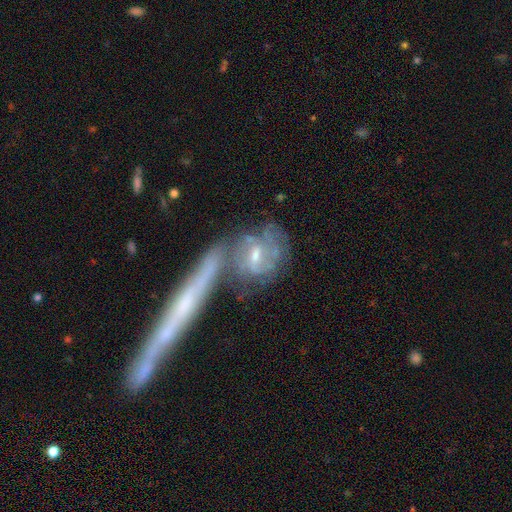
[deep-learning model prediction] Smooth or featured: featured or disk — 70% (smooth — 22%)
Edge-on disk: no — 82% (yes — 18%)
Bar: weak — 43% (no — 40%)
Spiral arms: yes — 71% (no — 29%)
Bulge size: moderate — 52% (small — 37%)
Merging: merger — 41% (none — 37%)